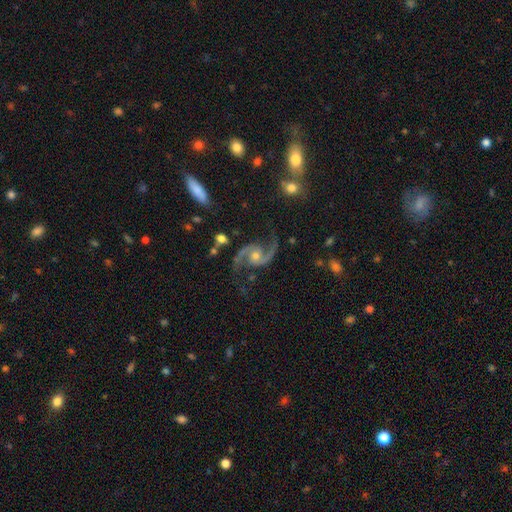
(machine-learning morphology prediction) The model was most divided on "spiral winding": medium: 48%, loose: 45%, tight: 8%. More confident: spiral arms — yes (98%); edge-on disk — no (98%); spiral arm count — 2 (94%); smooth or featured — featured or disk (93%); merging — none (79%); bar — no (66%); bulge size — moderate (52%).